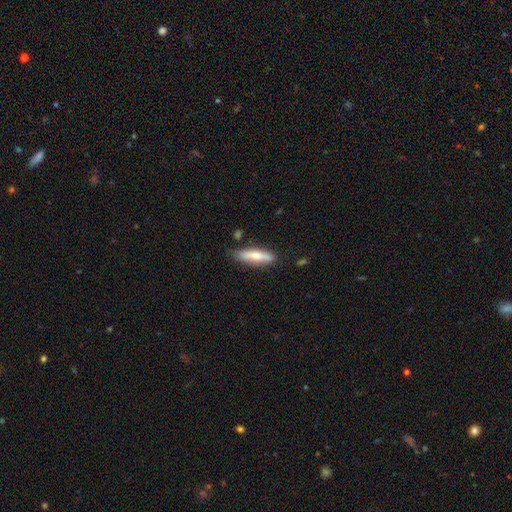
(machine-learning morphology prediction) smooth 67%, featured or disk 27%, star or artifact 6%. Down the decision tree: how rounded — cigar-shaped (72%); merging — none (81%).